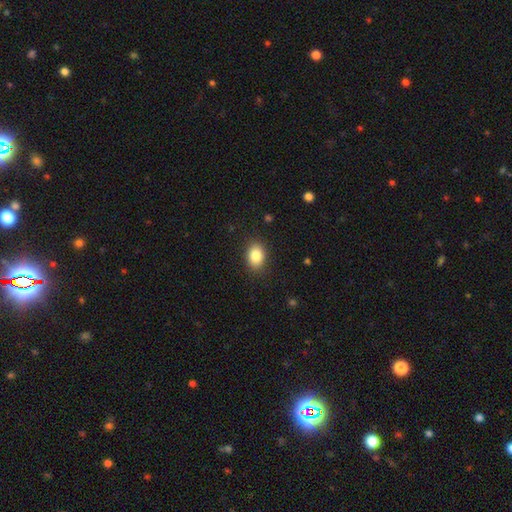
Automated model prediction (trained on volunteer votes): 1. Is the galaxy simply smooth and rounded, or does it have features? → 85% smooth, 9% star or artifact, 7% featured or disk.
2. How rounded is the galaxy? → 72% in between, 26% round, 1% cigar-shaped.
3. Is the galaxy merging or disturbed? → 87% none, 9% minor disturbance, 3% major disturbance, 1% merger.